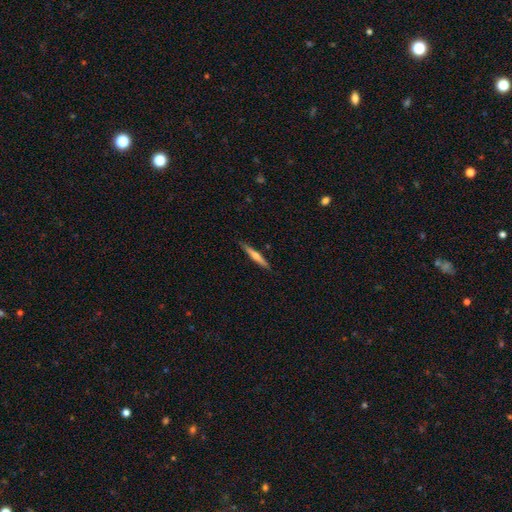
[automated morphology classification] Q: Smooth or featured?
A: featured or disk (56%); runner-up: smooth (38%)
Q: Edge-on disk?
A: yes (97%); runner-up: no (3%)
Q: Edge-on bulge?
A: rounded (82%); runner-up: none (14%)
Q: Merging?
A: none (89%); runner-up: minor disturbance (8%)